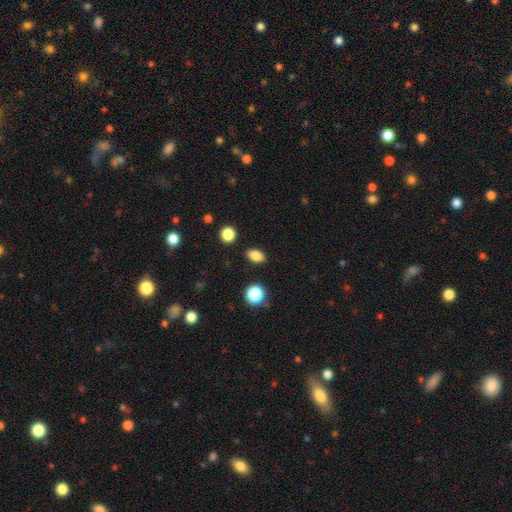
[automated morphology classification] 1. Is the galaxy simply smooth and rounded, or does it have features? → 82% smooth, 11% star or artifact, 7% featured or disk.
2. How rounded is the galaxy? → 82% in between, 14% round, 3% cigar-shaped.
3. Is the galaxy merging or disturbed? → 88% none, 8% minor disturbance, 2% major disturbance, 2% merger.